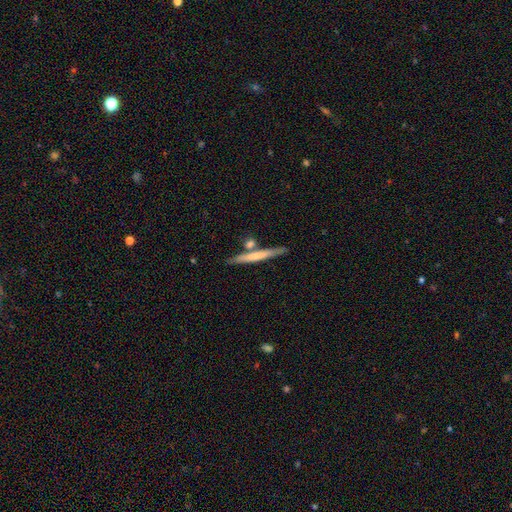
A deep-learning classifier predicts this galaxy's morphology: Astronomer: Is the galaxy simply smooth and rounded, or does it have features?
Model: smooth — 53% (runner-up: featured or disk, 41%).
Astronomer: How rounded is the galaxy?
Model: cigar-shaped — 95%.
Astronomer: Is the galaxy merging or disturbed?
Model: none — 74%.